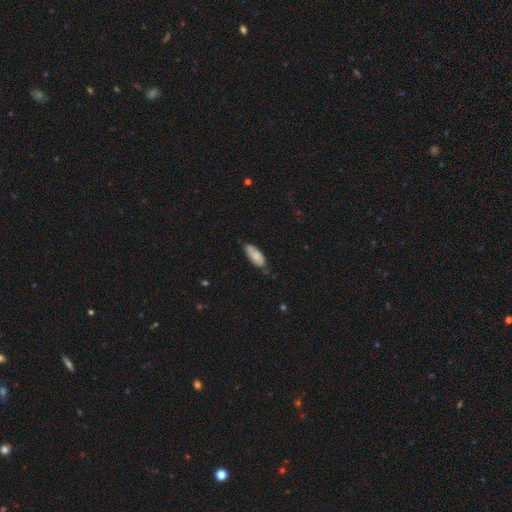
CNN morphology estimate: smooth-or-featured: smooth: 75% | featured or disk: 18% | star or artifact: 6%
  how-rounded: in between: 82% | cigar-shaped: 16% | round: 2%
  merging: none: 68% | minor disturbance: 25% | major disturbance: 4% | merger: 2%